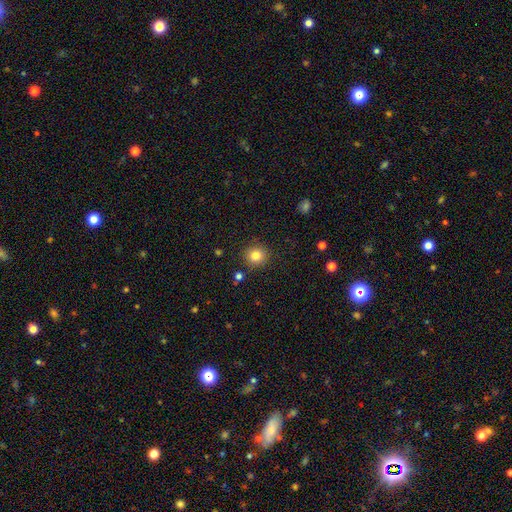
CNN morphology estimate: A smooth galaxy with no disk features (82%) that is round (90%).

Vote fractions:
- Smooth or featured? smooth: 82% / star or artifact: 12% / featured or disk: 6%
- How rounded? round: 90% / in between: 9% / cigar-shaped: 1%
- Merging? none: 88% / minor disturbance: 7% / merger: 3% / major disturbance: 2%